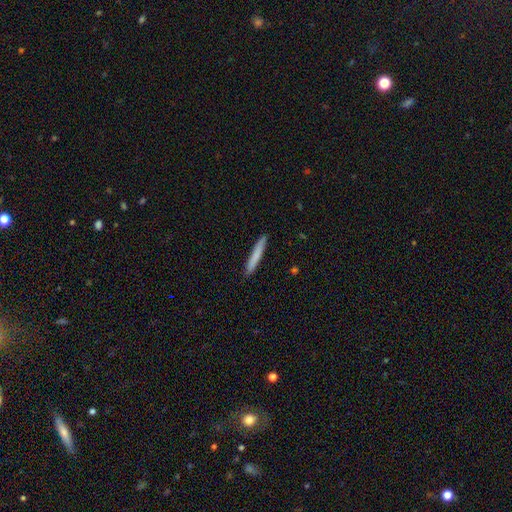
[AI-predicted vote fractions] Morphology: type=smooth (77%); roundness=cigar-shaped (96%); merging=none (91%).